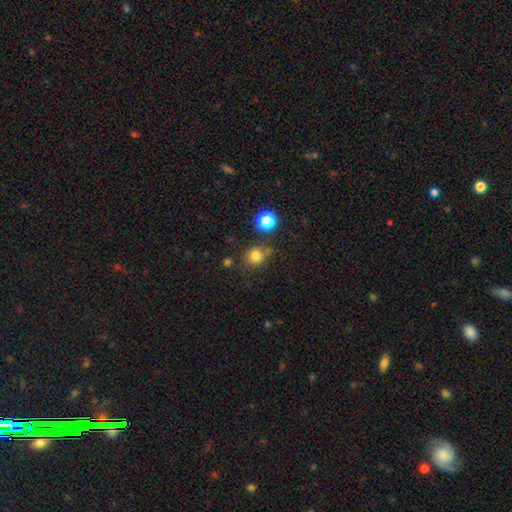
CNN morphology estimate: A smooth galaxy with no disk features (80%) that is round (84%).

Vote fractions:
- Smooth or featured? smooth: 80% / star or artifact: 14% / featured or disk: 6%
- How rounded? round: 84% / in between: 15% / cigar-shaped: 1%
- Merging? none: 74% / minor disturbance: 13% / merger: 9% / major disturbance: 4%